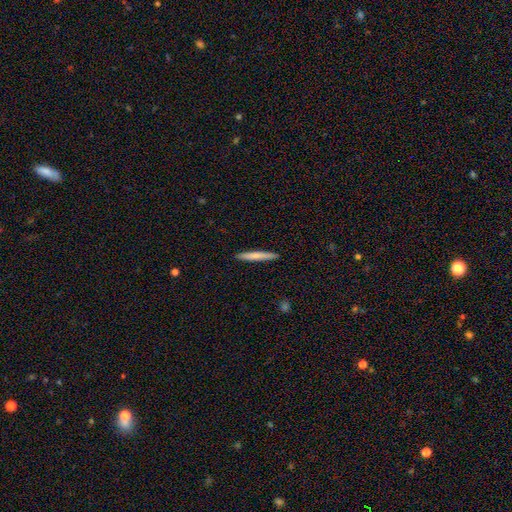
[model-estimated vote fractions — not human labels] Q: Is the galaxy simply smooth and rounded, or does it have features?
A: smooth — 71%.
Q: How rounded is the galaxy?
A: cigar-shaped — 96%.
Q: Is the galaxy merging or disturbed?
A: none — 92%.